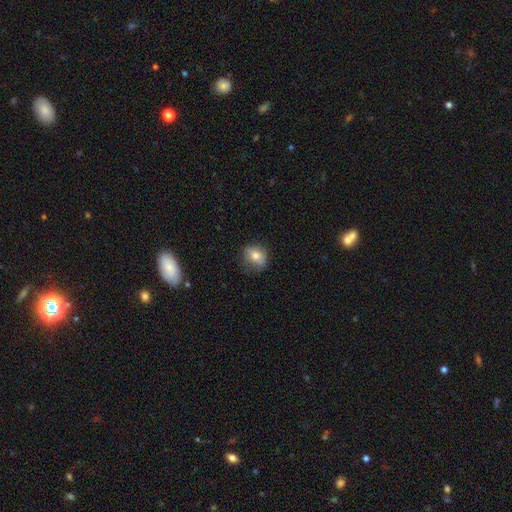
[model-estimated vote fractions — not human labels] Morphology: type=smooth (73%); roundness=round (56%); merging=none (69%).